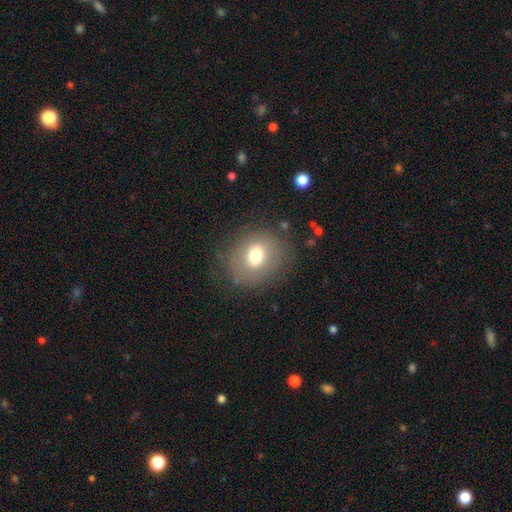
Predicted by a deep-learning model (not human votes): Q: Smooth or featured?
A: smooth (69%); runner-up: featured or disk (20%)
Q: How rounded?
A: round (69%); runner-up: in between (30%)
Q: Merging?
A: none (78%); runner-up: minor disturbance (13%)